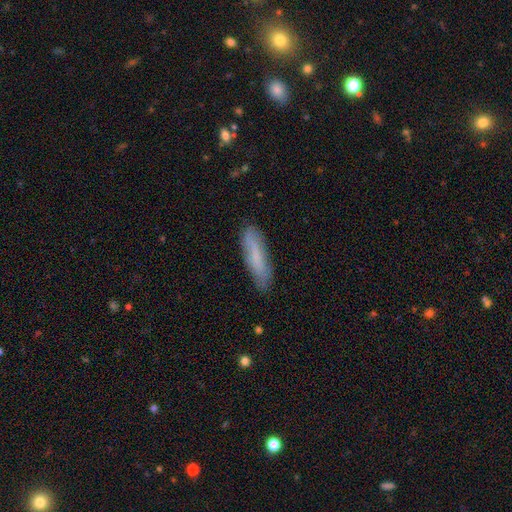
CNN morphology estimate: Smooth or featured?
  - smooth: 67% *
  - featured or disk: 26%
  - star or artifact: 7%
How rounded?
  - cigar-shaped: 72% *
  - in between: 27%
  - round: 1%
Merging?
  - none: 80% *
  - minor disturbance: 15%
  - major disturbance: 3%
  - merger: 2%